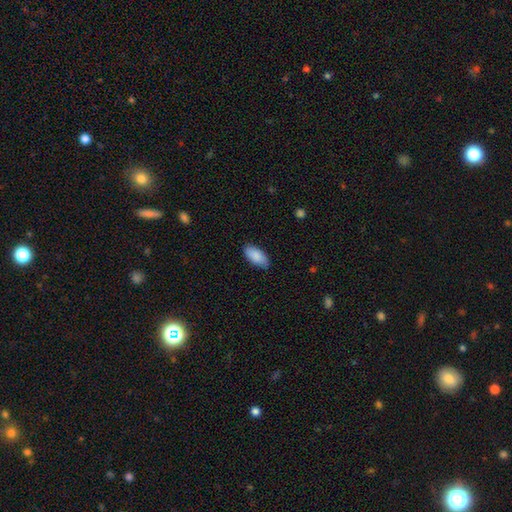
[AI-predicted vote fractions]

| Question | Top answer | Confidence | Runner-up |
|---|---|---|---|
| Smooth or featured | smooth | 88% | featured or disk (6%) |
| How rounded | in between | 92% | cigar-shaped (6%) |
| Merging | none | 83% | minor disturbance (14%) |